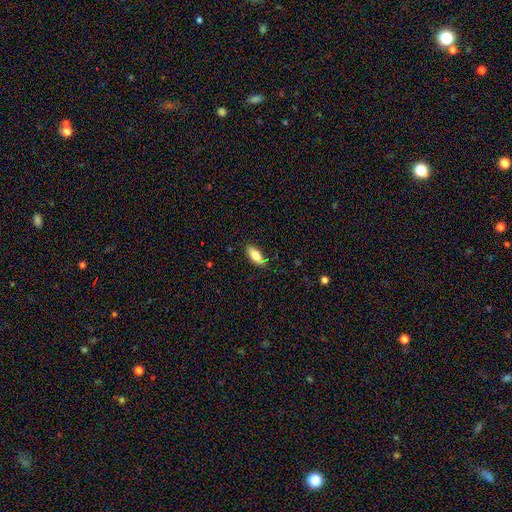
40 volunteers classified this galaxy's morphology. A smooth galaxy with no disk features (85%) that is in between round and cigar-shaped (100%).

Vote fractions:
- Smooth or featured? smooth: 85% / star or artifact: 10% / featured or disk: 5%
- How rounded? in between: 100% / round: 0% / cigar-shaped: 0%
- Merging? none: 92% / minor disturbance: 8% / major disturbance: 0% / merger: 0%